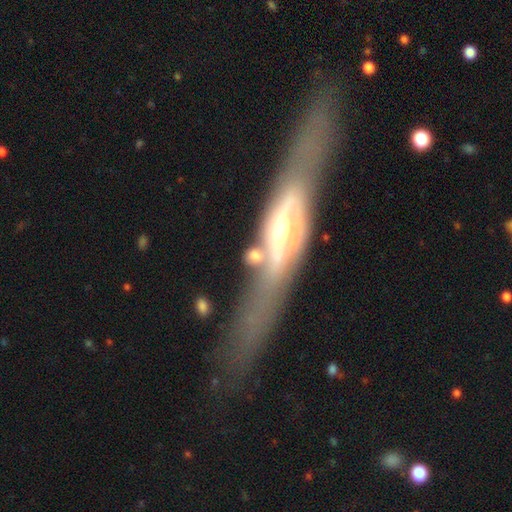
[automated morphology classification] Q: Smooth or featured?
A: featured or disk (48%); runner-up: smooth (41%)
Q: Merging?
A: none (47%); runner-up: merger (20%)